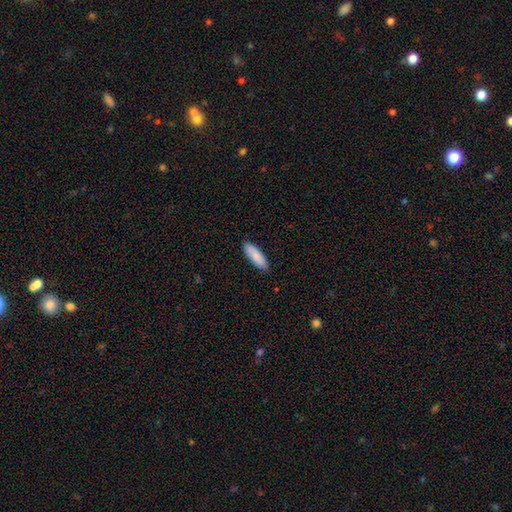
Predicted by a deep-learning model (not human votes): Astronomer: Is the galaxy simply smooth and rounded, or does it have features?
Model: smooth — 88%.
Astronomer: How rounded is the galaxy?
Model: in between — 56% (runner-up: cigar-shaped, 42%).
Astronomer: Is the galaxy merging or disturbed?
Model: none — 87%.